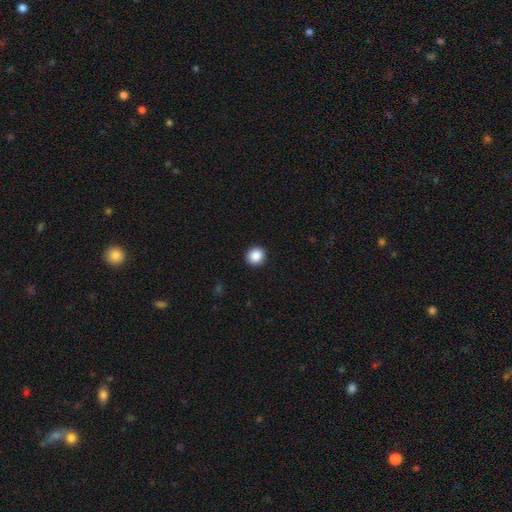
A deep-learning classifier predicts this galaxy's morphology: A smooth galaxy with no disk features (88%) that is round (89%). Merging: none (92%).